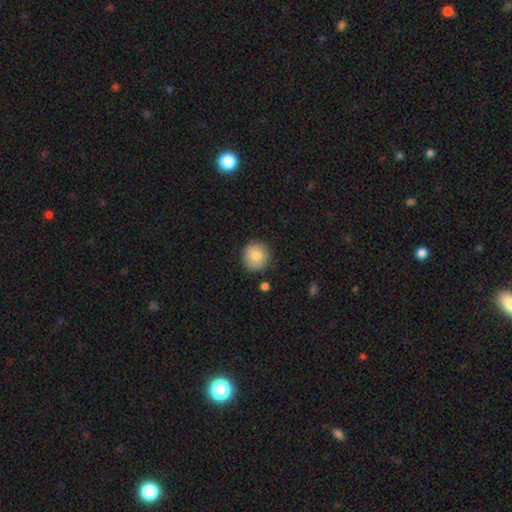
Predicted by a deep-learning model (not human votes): Smooth or featured? Predicted: smooth (p=0.84). How rounded? Predicted: round (p=0.92). Merging? Predicted: none (p=0.87).